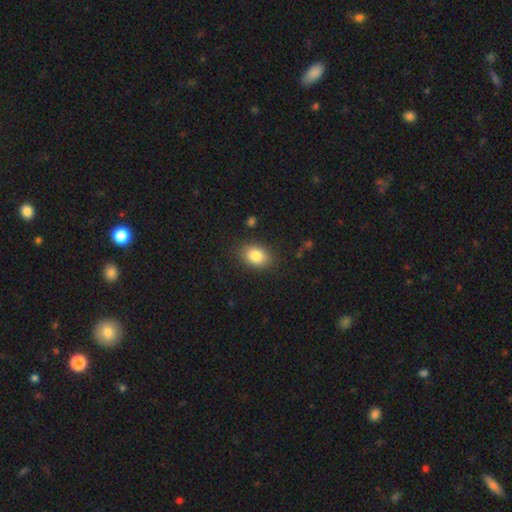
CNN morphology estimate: Smooth or featured? smooth (84%)
How rounded? in between (78%)
Merging? none (85%)